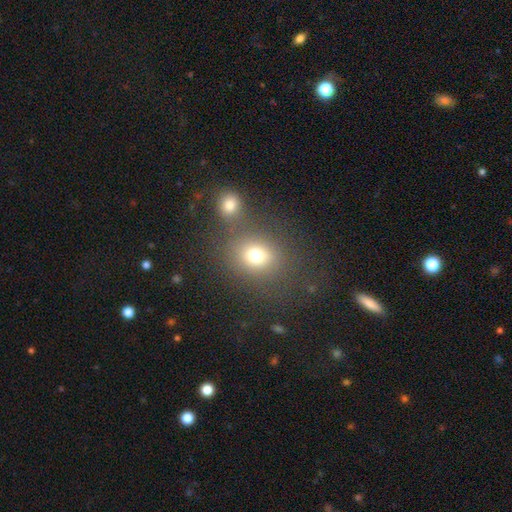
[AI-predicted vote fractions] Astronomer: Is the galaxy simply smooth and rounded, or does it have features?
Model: smooth — 75%.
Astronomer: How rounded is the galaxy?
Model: round — 69%.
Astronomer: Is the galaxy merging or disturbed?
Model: none — 62%.